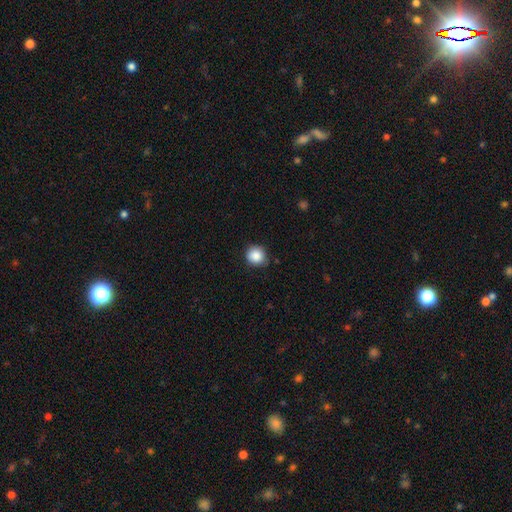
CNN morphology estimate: smooth-or-featured: smooth: 87% | star or artifact: 9% | featured or disk: 3%
  how-rounded: round: 91% | in between: 8% | cigar-shaped: 1%
  merging: none: 83% | minor disturbance: 13% | major disturbance: 2% | merger: 1%